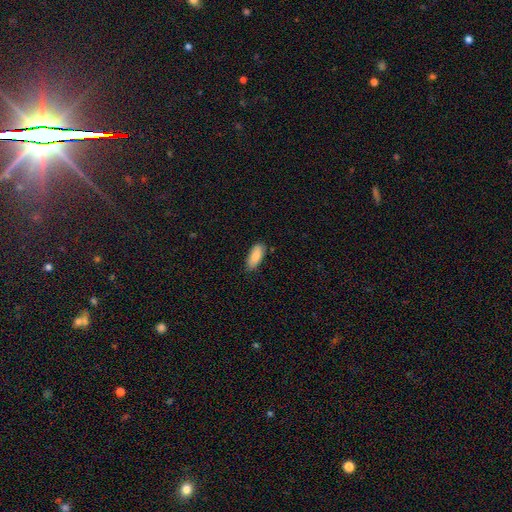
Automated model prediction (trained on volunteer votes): This is clearly a smooth galaxy (86%). How rounded: clearly in between (84%). Merging: clearly none (82%).